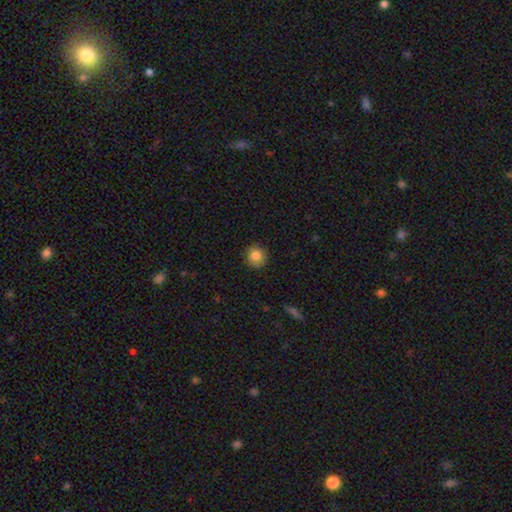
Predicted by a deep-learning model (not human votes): Smooth or featured: smooth — 84% (star or artifact — 10%)
How rounded: round — 89% (in between — 10%)
Merging: none — 89% (minor disturbance — 8%)